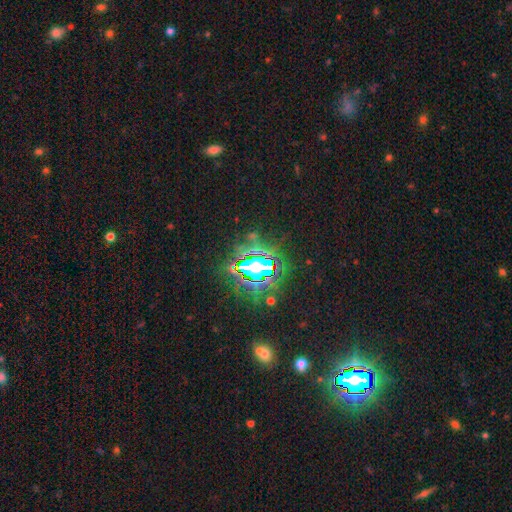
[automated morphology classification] smooth_or_featured: star or artifact (p=0.84) [alt: smooth p=0.09]